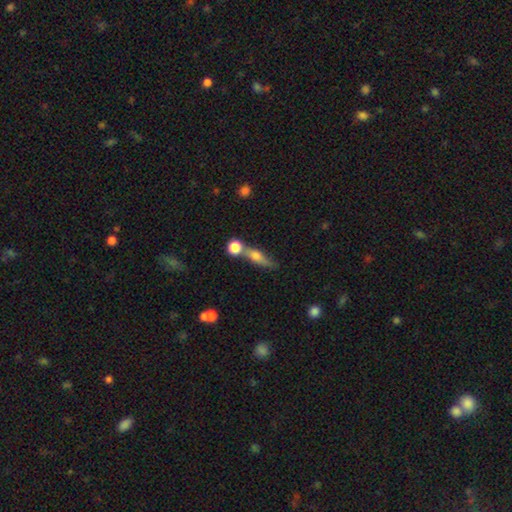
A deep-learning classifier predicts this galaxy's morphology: Q: Smooth or featured?
A: smooth (53%); runner-up: featured or disk (36%)
Q: How rounded?
A: cigar-shaped (54%); runner-up: in between (34%)
Q: Merging?
A: none (51%); runner-up: merger (28%)